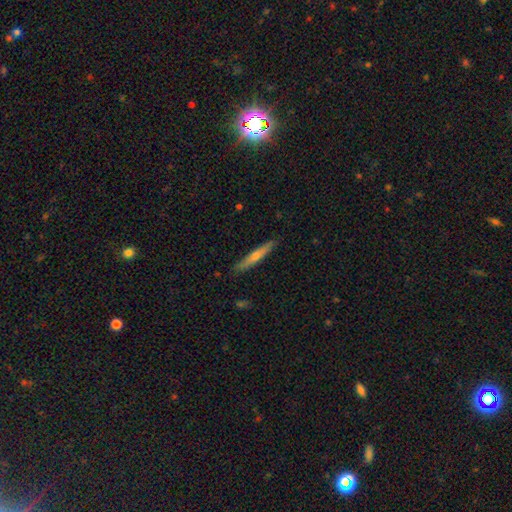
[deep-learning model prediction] Q: Smooth or featured?
A: featured or disk (49%); runner-up: smooth (45%)
Q: Merging?
A: none (89%); runner-up: minor disturbance (8%)